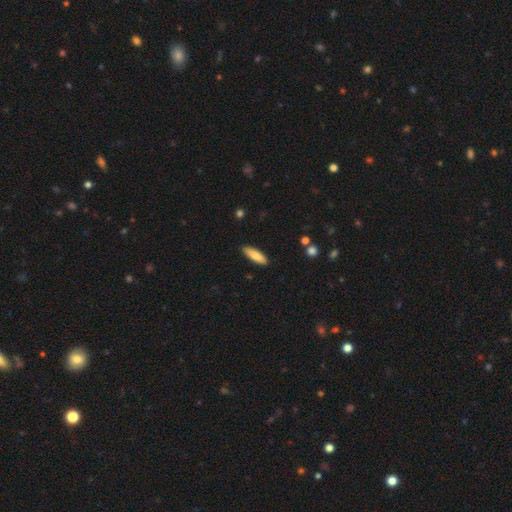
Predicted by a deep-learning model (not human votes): Smooth or featured? Predicted: smooth (p=0.83). How rounded? Predicted: cigar-shaped (p=0.55). Merging? Predicted: none (p=0.89).